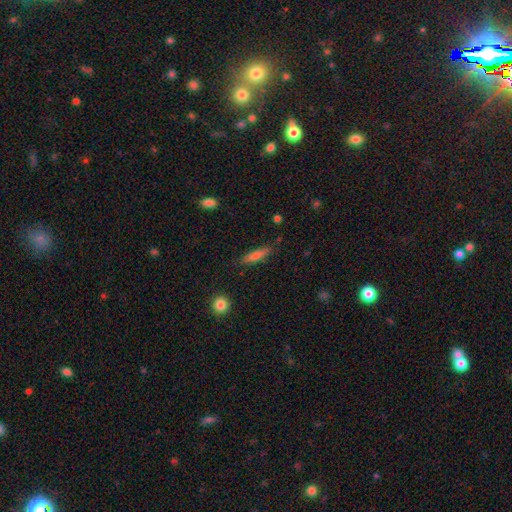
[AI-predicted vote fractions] smooth-or-featured: smooth: 72% | featured or disk: 20% | star or artifact: 7%
  how-rounded: cigar-shaped: 81% | in between: 17% | round: 2%
  merging: none: 84% | minor disturbance: 12% | major disturbance: 3% | merger: 2%